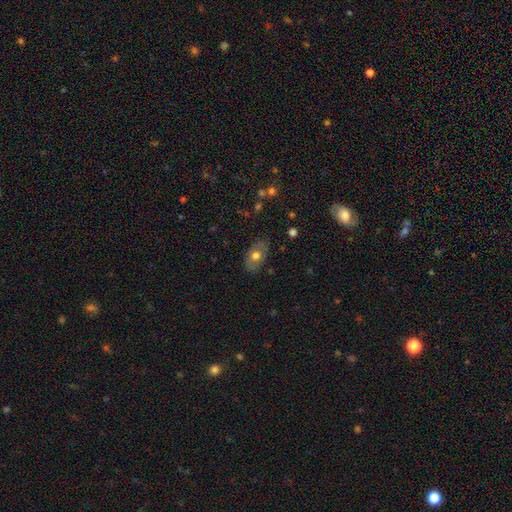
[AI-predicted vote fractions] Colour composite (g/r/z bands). It shows a smooth galaxy with no disk features (60%) that is in between round and cigar-shaped (85%). Merging: none (81%).